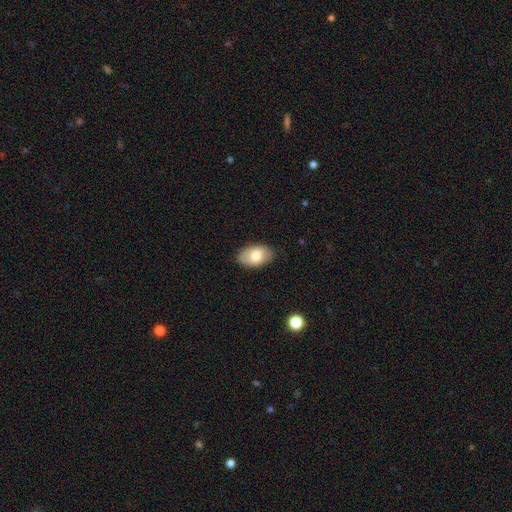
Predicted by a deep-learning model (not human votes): Smooth or featured? smooth (77%)
How rounded? in between (93%)
Merging? none (85%)